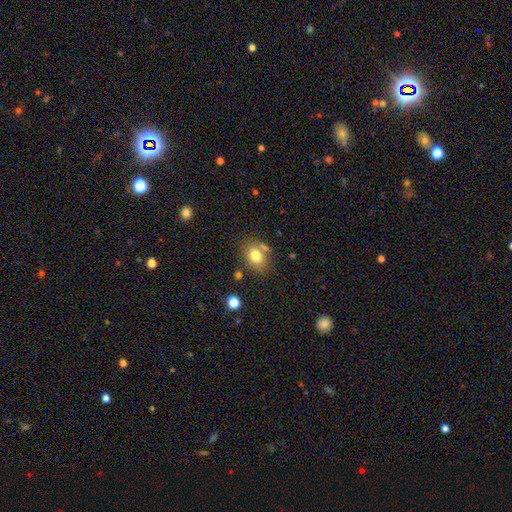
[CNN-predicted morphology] Overall: smooth (76%). How rounded: in between (61%; round 38%). Merging: none (64%).